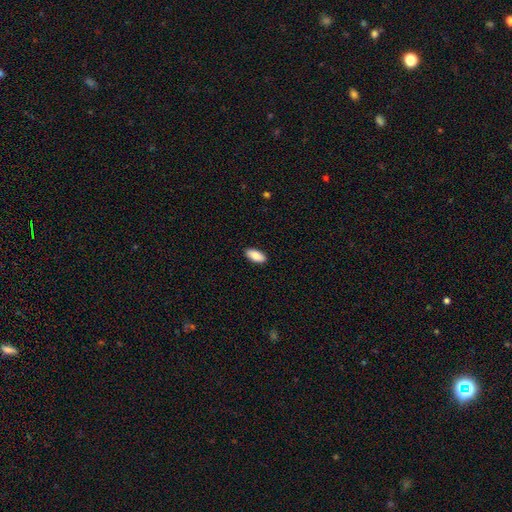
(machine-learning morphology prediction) Q: Smooth or featured?
A: smooth (86%); runner-up: featured or disk (8%)
Q: How rounded?
A: in between (90%); runner-up: cigar-shaped (8%)
Q: Merging?
A: none (90%); runner-up: minor disturbance (7%)